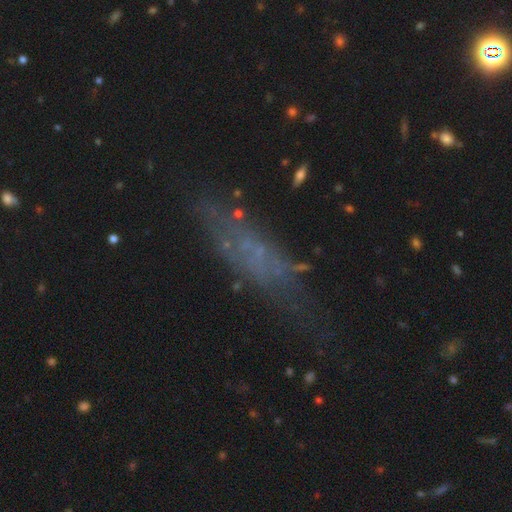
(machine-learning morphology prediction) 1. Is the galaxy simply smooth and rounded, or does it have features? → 42% smooth, 39% featured or disk, 19% star or artifact.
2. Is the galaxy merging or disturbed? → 54% none, 23% minor disturbance, 18% major disturbance, 5% merger.